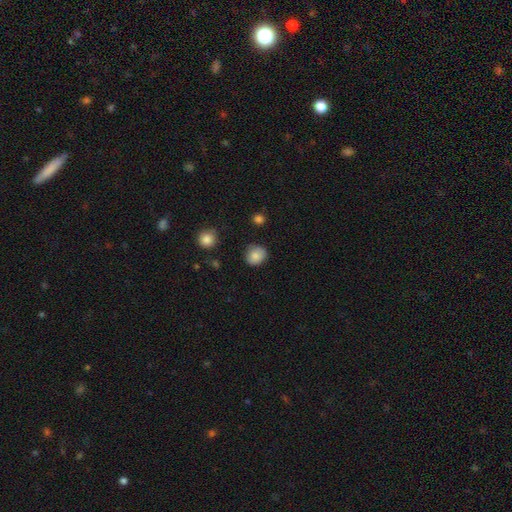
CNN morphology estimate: type=smooth (84%); roundness=round (81%); merging=none (79%).